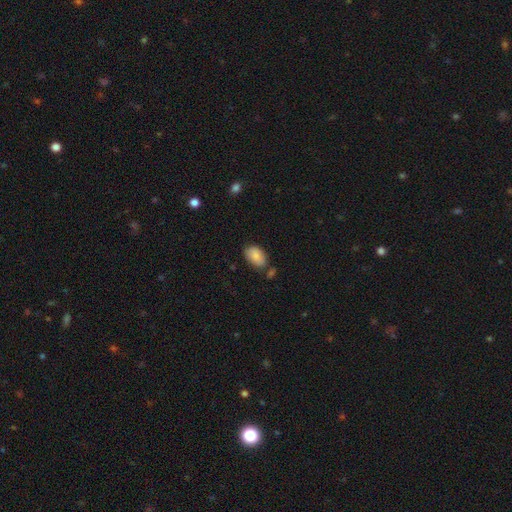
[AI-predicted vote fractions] A smooth galaxy with no disk features (87%) that is in between round and cigar-shaped (92%). Merging: none (69%).